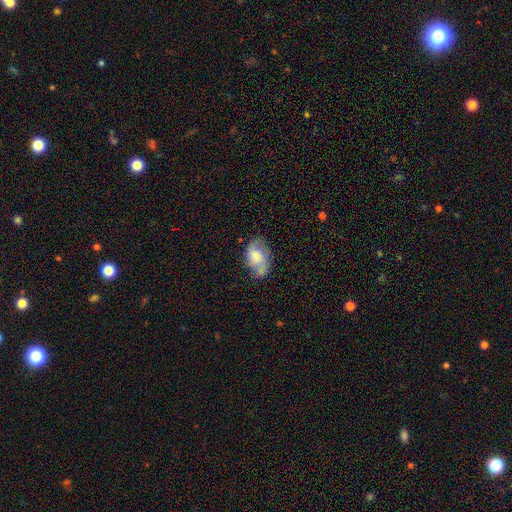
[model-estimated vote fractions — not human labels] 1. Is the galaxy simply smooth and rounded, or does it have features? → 47% smooth, 45% featured or disk, 8% star or artifact.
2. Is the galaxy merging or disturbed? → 47% none, 29% minor disturbance, 13% major disturbance, 11% merger.